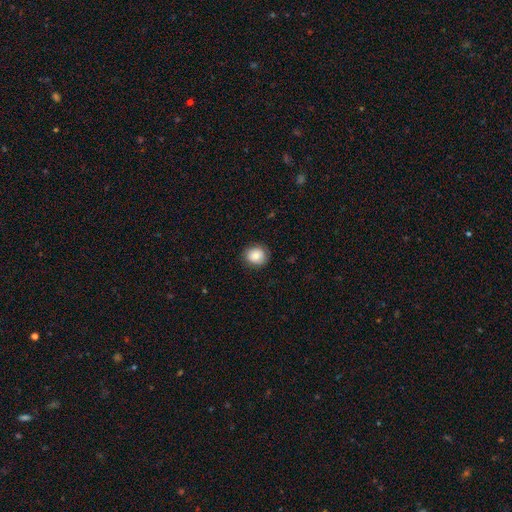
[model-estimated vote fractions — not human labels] smooth-or-featured: smooth: 82% | featured or disk: 10% | star or artifact: 9%
  how-rounded: round: 79% | in between: 20% | cigar-shaped: 1%
  merging: none: 85% | minor disturbance: 12% | major disturbance: 3% | merger: 1%